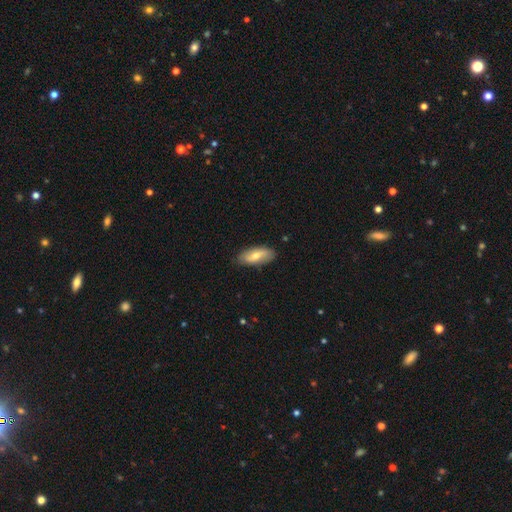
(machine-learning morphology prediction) A smooth galaxy with no disk features (63%) that is in between round and cigar-shaped (81%). Merging: none (84%).